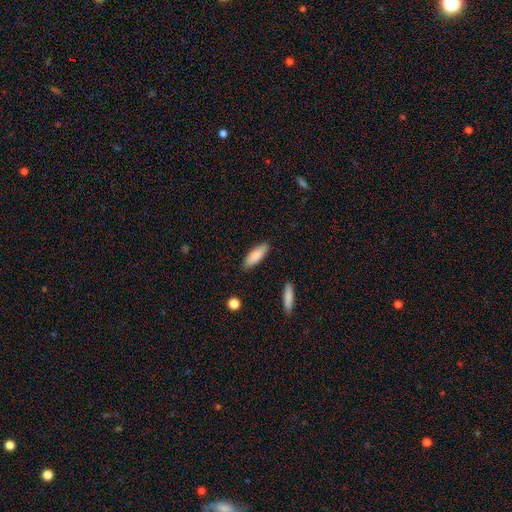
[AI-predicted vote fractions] Smooth or featured: smooth — 85% (featured or disk — 9%)
How rounded: in between — 57% (cigar-shaped — 42%)
Merging: none — 87% (minor disturbance — 10%)